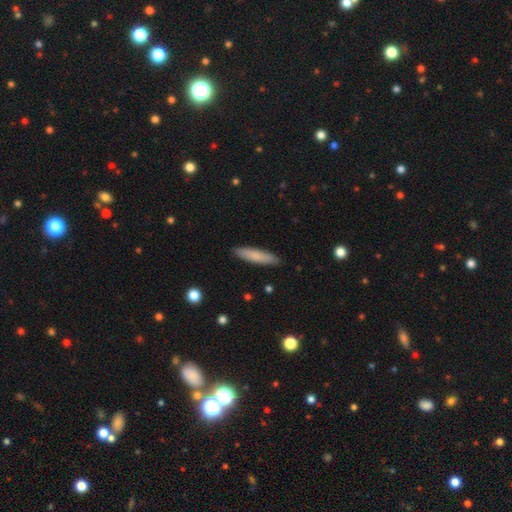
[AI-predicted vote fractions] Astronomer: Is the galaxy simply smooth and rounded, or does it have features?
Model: smooth — 79%.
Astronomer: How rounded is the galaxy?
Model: cigar-shaped — 82%.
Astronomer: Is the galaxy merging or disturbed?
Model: none — 90%.